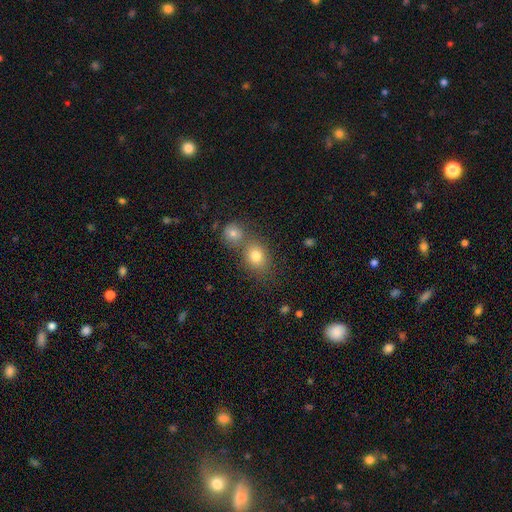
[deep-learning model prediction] smooth 78%, star or artifact 13%, featured or disk 9%. Down the decision tree: how rounded — round (51%); merging — none (51%).